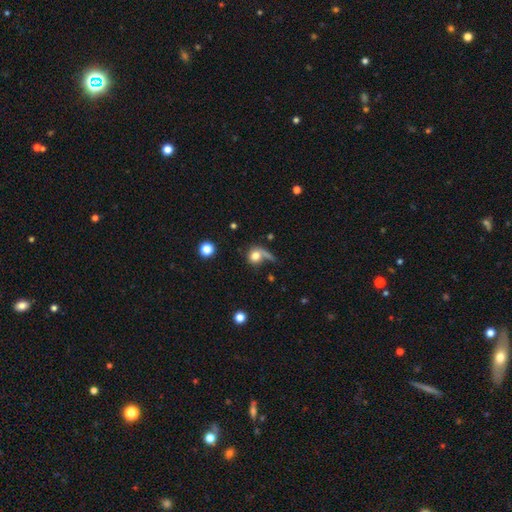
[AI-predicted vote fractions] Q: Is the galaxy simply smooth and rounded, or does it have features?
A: smooth — 72%.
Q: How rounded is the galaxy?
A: round — 82%.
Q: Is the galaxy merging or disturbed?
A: none — 41%.